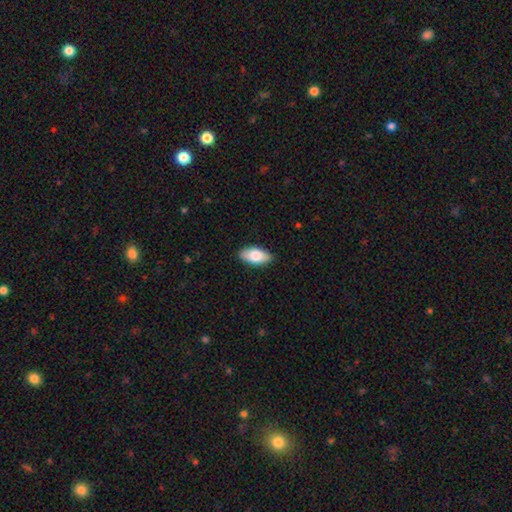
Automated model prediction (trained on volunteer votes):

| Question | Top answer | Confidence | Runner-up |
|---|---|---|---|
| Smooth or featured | smooth | 77% | featured or disk (17%) |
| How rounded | in between | 91% | cigar-shaped (6%) |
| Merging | none | 88% | minor disturbance (10%) |